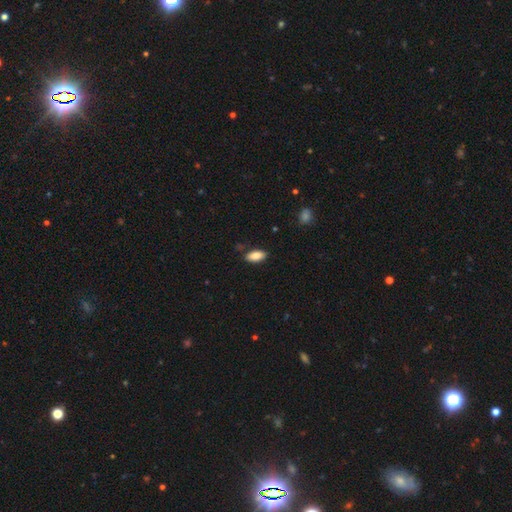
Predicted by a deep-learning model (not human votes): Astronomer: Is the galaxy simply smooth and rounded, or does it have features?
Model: smooth — 88%.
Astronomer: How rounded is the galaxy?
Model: in between — 89%.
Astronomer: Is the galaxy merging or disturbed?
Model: none — 84%.